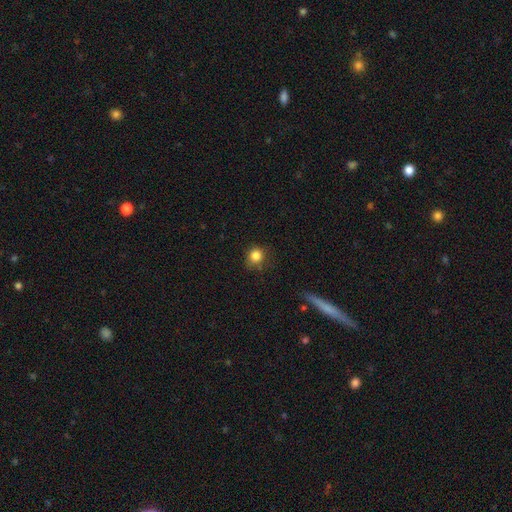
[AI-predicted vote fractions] This appears to be a smooth galaxy with no disk features (84%) that is round (84%). Merging: none (73%).